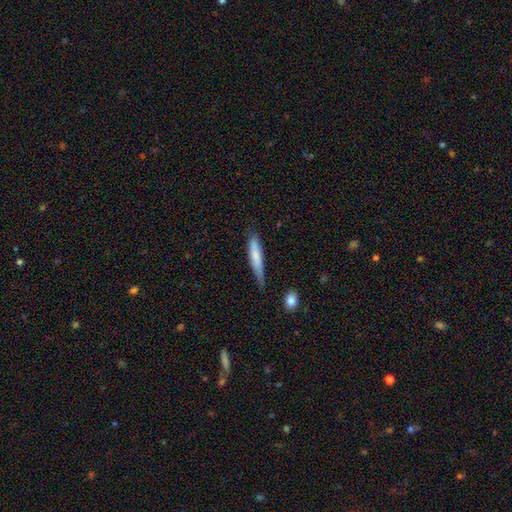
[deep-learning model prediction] Overall: smooth (72%). How rounded: cigar-shaped (86%). Merging: none (56%; minor disturbance 33%).